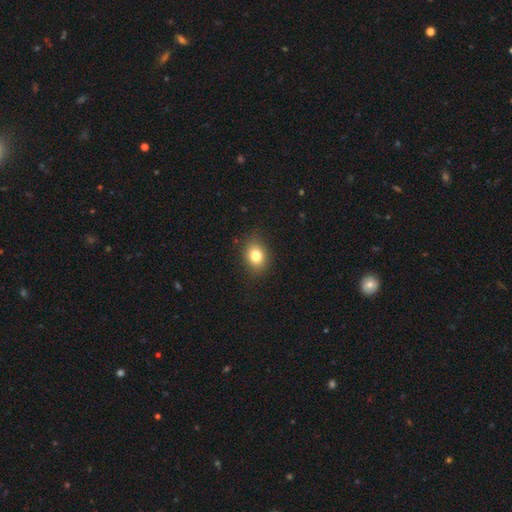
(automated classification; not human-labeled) Overall: smooth (80%). How rounded: in between (54%; round 45%). Merging: none (85%).